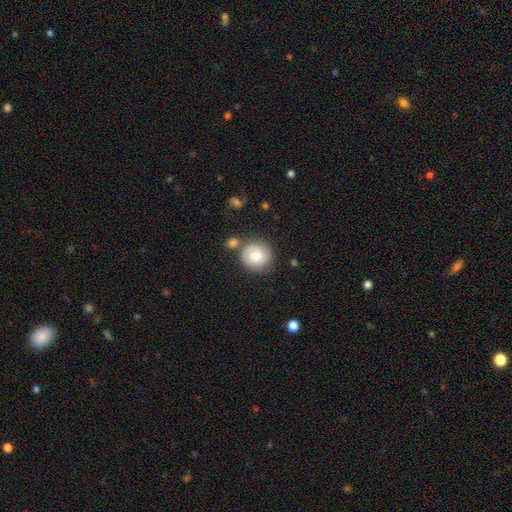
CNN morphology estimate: This appears to be a smooth galaxy with no disk features (58%) that is round (89%). Merging: none (71%).